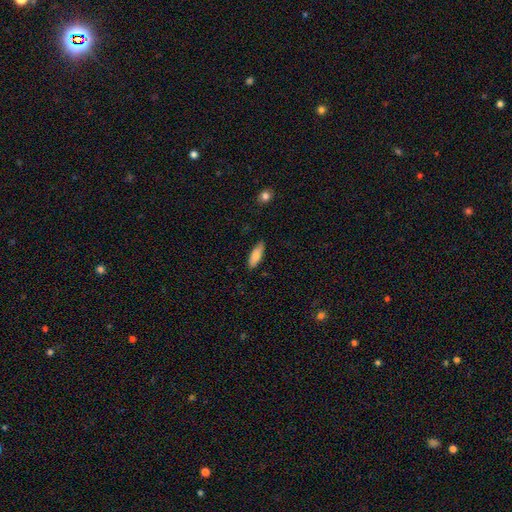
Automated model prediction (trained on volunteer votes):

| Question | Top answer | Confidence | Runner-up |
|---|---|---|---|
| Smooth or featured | smooth | 83% | featured or disk (11%) |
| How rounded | in between | 63% | cigar-shaped (36%) |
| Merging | none | 83% | minor disturbance (14%) |